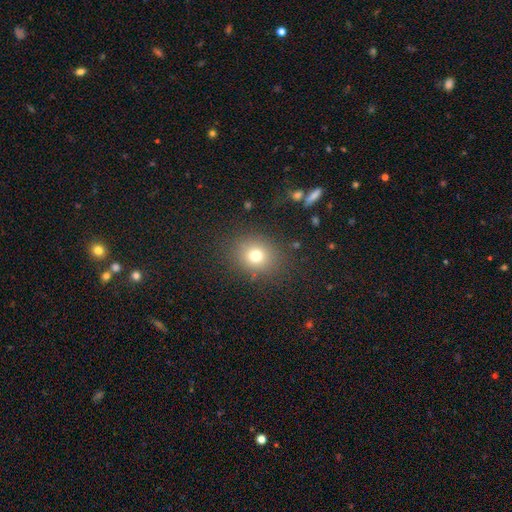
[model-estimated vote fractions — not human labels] Morphology: type=smooth (74%); roundness=round (71%); merging=none (85%).